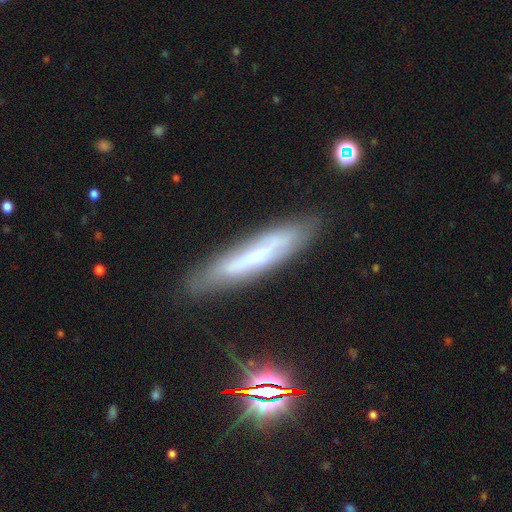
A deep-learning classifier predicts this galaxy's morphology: Smooth or featured: featured or disk — 54% (smooth — 35%)
Edge-on disk: yes — 62% (no — 38%)
Merging: none — 79% (minor disturbance — 15%)